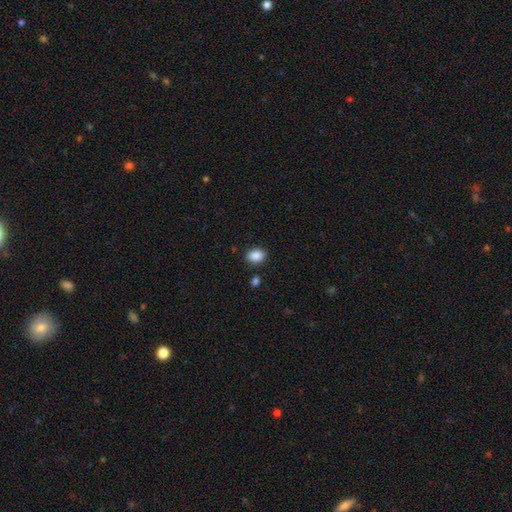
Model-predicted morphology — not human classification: smooth-or-featured: smooth: 88% | star or artifact: 8% | featured or disk: 4%
  how-rounded: in between: 66% | round: 33% | cigar-shaped: 1%
  merging: none: 85% | minor disturbance: 9% | merger: 3% | major disturbance: 3%